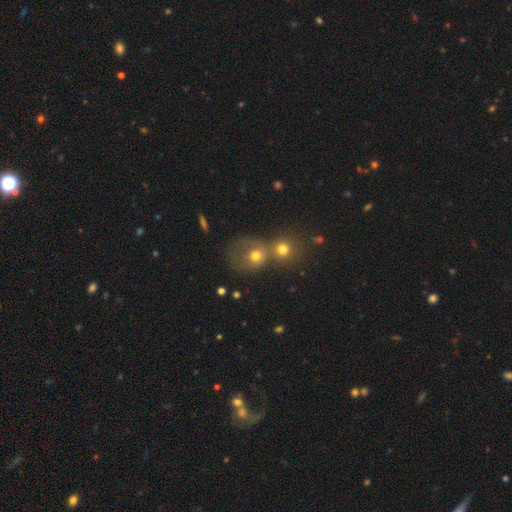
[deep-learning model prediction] Smooth or featured?
  - smooth: 69% *
  - featured or disk: 17%
  - star or artifact: 14%
How rounded?
  - round: 75% *
  - in between: 24%
  - cigar-shaped: 1%
Merging?
  - merger: 54% *
  - none: 29%
  - minor disturbance: 9%
  - major disturbance: 8%